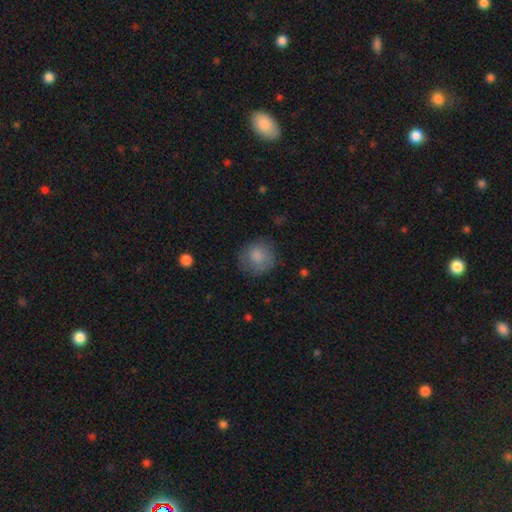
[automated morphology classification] smooth 80%, featured or disk 10%, star or artifact 10%. Down the decision tree: how rounded — round (89%); merging — none (78%).